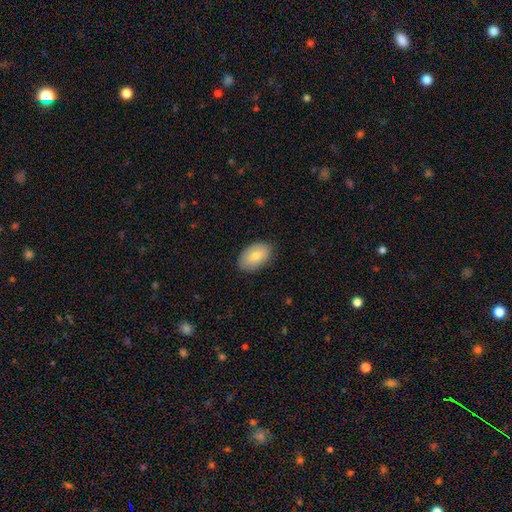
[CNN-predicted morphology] This is likely a smooth galaxy (74%). How rounded: clearly in between (90%). Merging: clearly none (86%).